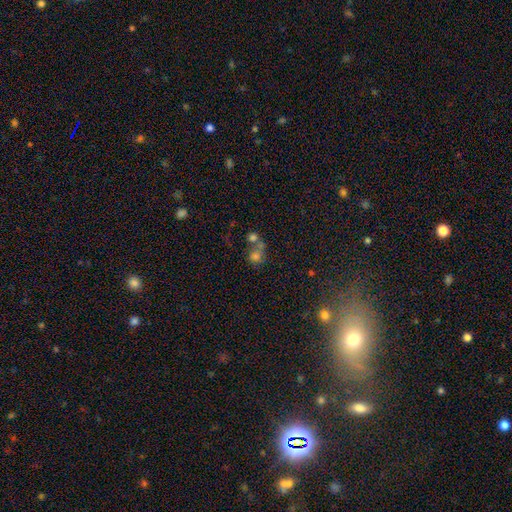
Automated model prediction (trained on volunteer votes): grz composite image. It shows a smooth galaxy with no disk features (60%) that is round (76%). Merging: merger (49%).